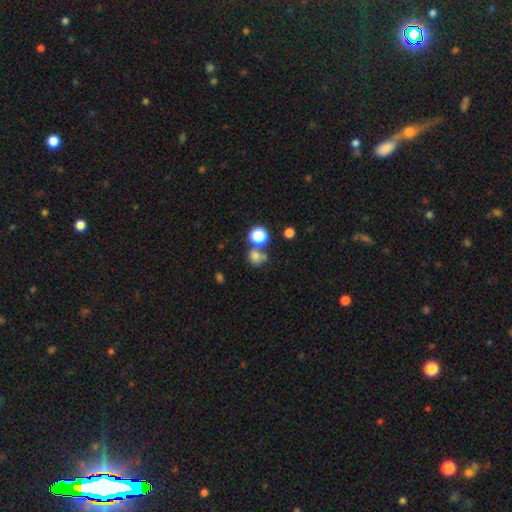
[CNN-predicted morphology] Smooth or featured?
  - smooth: 72% *
  - star or artifact: 19%
  - featured or disk: 9%
How rounded?
  - round: 84% *
  - in between: 15%
  - cigar-shaped: 1%
Merging?
  - none: 55% *
  - merger: 28%
  - minor disturbance: 11%
  - major disturbance: 6%